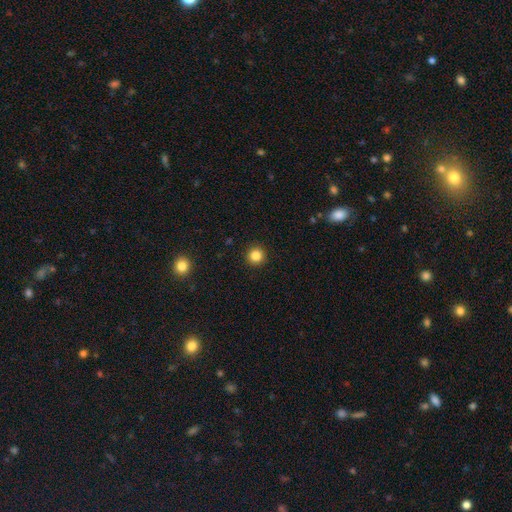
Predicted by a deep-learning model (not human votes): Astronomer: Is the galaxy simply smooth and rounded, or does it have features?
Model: smooth — 84%.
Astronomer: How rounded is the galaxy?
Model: round — 95%.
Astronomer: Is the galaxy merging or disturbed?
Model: none — 93%.